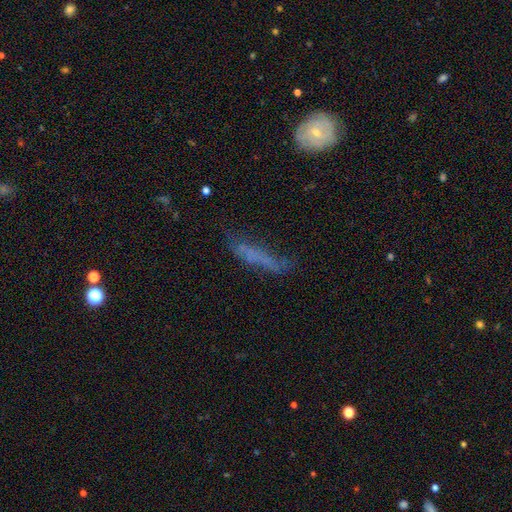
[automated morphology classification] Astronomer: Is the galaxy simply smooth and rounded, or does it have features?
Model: smooth — 47% (runner-up: featured or disk, 37%).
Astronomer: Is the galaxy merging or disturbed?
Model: none — 46% (runner-up: minor disturbance, 27%).